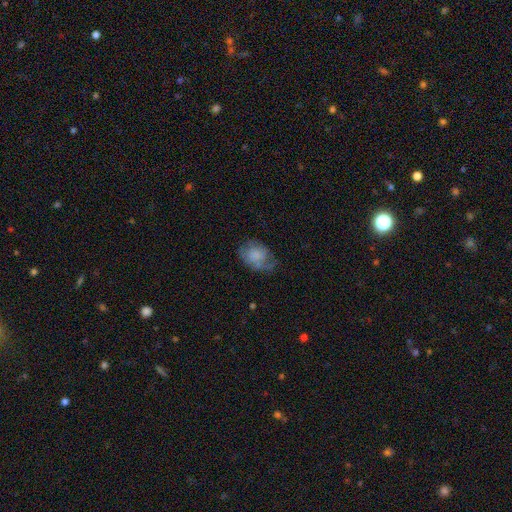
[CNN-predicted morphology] type=smooth (61%); roundness=in between (74%); merging=none (45%).